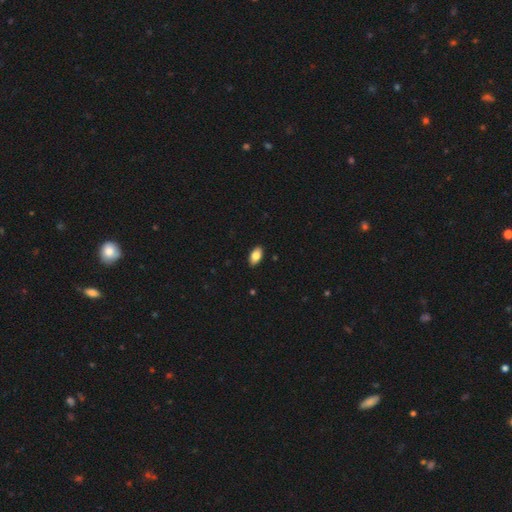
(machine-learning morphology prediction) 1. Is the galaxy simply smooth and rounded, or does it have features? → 84% smooth, 9% featured or disk, 7% star or artifact.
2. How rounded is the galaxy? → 94% in between, 4% round, 3% cigar-shaped.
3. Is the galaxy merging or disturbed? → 90% none, 8% minor disturbance, 2% major disturbance, 1% merger.